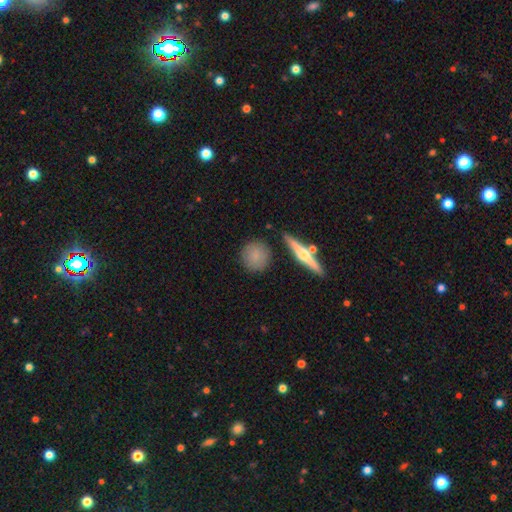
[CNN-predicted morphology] Smooth or featured? Predicted: smooth (p=0.79). How rounded? Predicted: round (p=0.88). Merging? Predicted: none (p=0.83).